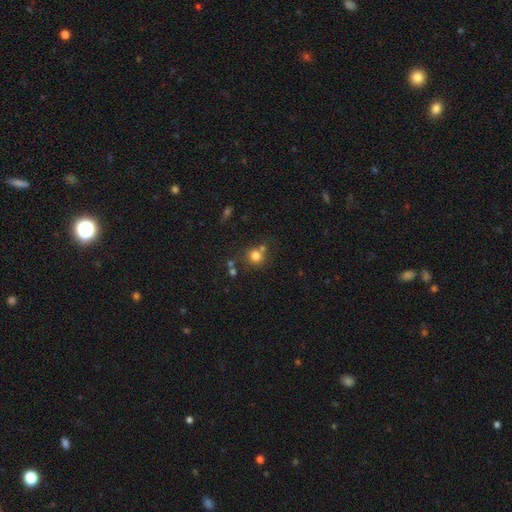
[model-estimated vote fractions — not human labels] Smooth or featured? smooth (78%)
How rounded? round (88%)
Merging? none (64%)